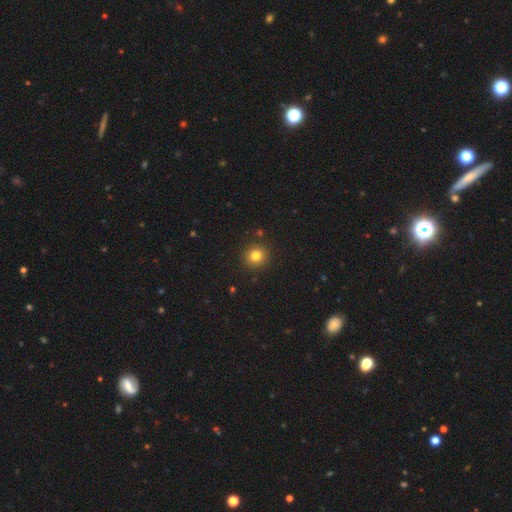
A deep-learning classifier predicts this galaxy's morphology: Overall: smooth (81%). How rounded: round (89%). Merging: none (90%).